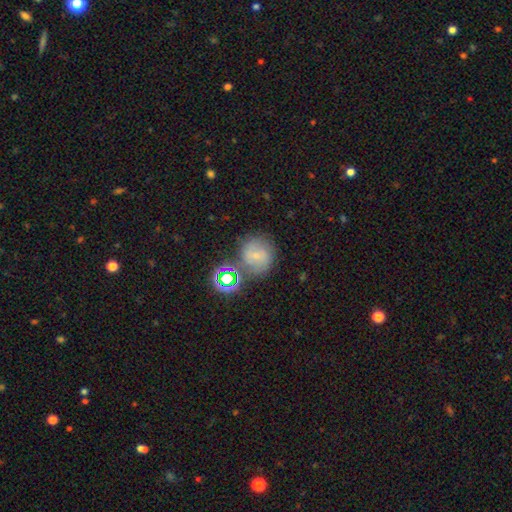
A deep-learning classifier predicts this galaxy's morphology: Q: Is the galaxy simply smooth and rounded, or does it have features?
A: smooth — 46%.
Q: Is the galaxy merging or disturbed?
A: none — 62%.